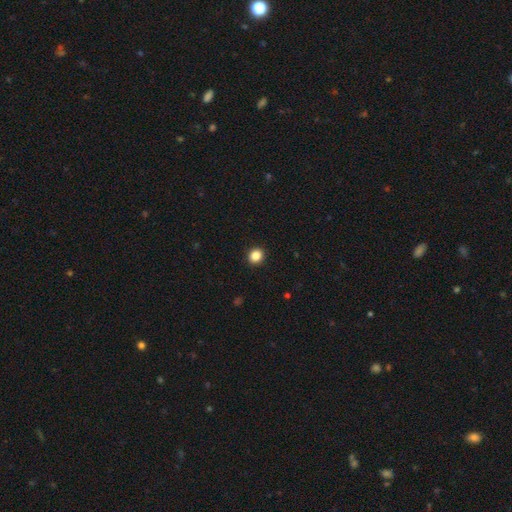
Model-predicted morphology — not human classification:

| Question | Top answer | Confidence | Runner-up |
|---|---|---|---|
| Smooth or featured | smooth | 85% | star or artifact (11%) |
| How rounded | round | 81% | in between (18%) |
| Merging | none | 92% | minor disturbance (5%) |